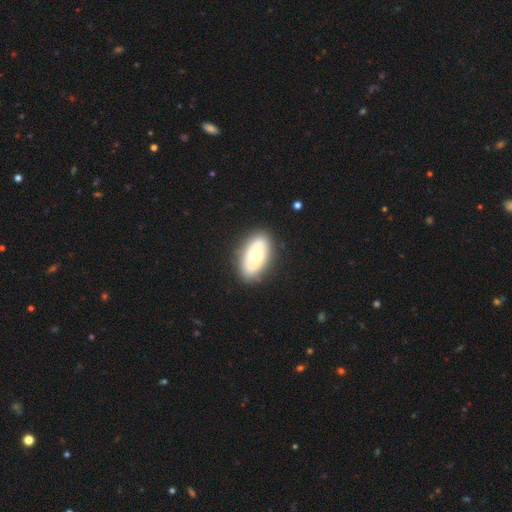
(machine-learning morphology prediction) Overall: featured or disk (48%; smooth 46%). Merging: none (84%).